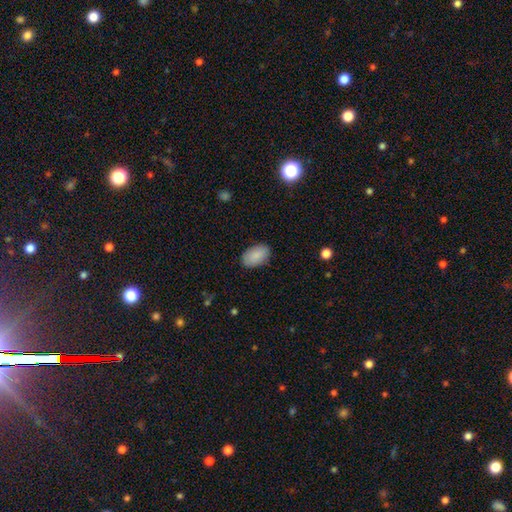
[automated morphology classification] A smooth galaxy with no disk features (88%) that is in between round and cigar-shaped (94%).

Vote fractions:
- Smooth or featured? smooth: 88% / star or artifact: 6% / featured or disk: 6%
- How rounded? in between: 94% / round: 5% / cigar-shaped: 1%
- Merging? none: 86% / minor disturbance: 11% / major disturbance: 2% / merger: 1%